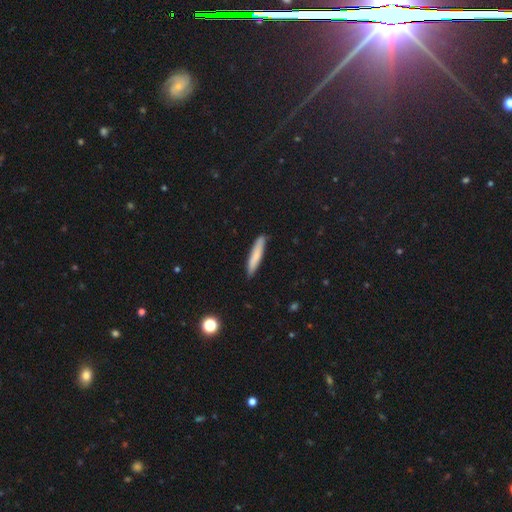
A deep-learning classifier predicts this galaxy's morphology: A smooth galaxy with no disk features (76%) that is cigar-shaped (92%).

Vote fractions:
- Smooth or featured? smooth: 76% / featured or disk: 18% / star or artifact: 6%
- How rounded? cigar-shaped: 92% / in between: 7% / round: 1%
- Merging? none: 87% / minor disturbance: 10% / major disturbance: 2% / merger: 1%